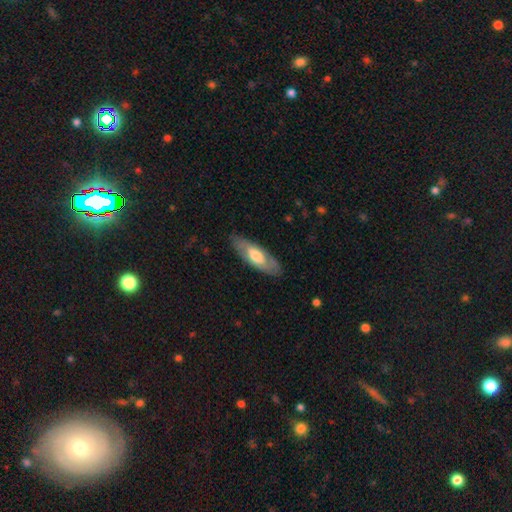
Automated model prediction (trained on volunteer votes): smooth-or-featured: smooth: 48% | featured or disk: 47% | star or artifact: 5%
  merging: none: 81% | minor disturbance: 14% | major disturbance: 4% | merger: 1%